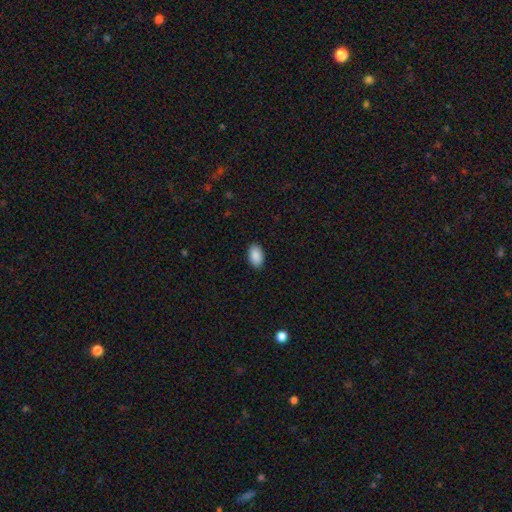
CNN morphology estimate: A smooth galaxy with no disk features (90%) that is in between round and cigar-shaped (94%). Merging: none (89%).